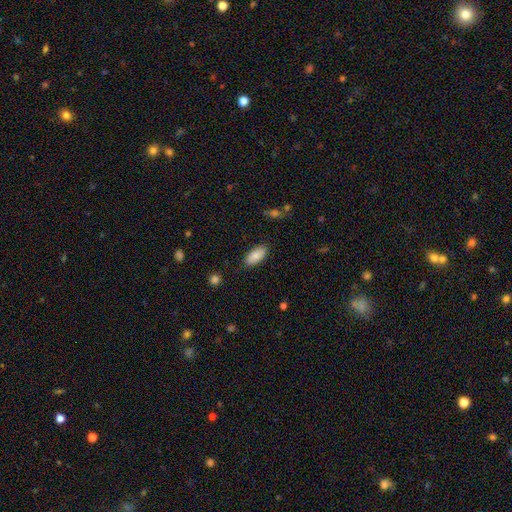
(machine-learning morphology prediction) smooth-or-featured: smooth: 86% | featured or disk: 8% | star or artifact: 7%
  how-rounded: in between: 91% | cigar-shaped: 7% | round: 2%
  merging: none: 85% | minor disturbance: 12% | major disturbance: 2% | merger: 1%